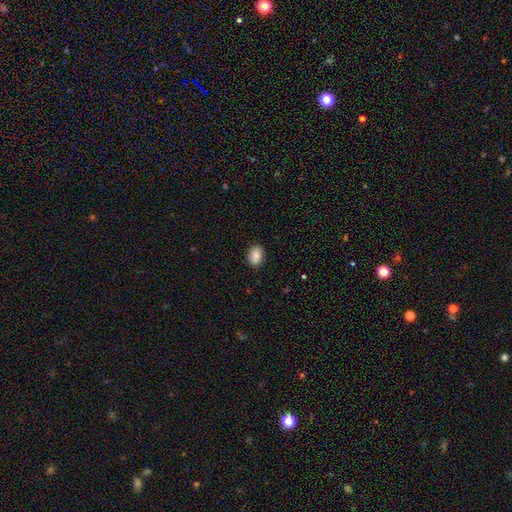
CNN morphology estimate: smooth_or_featured: smooth (p=0.88) [alt: star or artifact p=0.07]
how_rounded: in between (p=0.84) [alt: round p=0.15]
merging: none (p=0.89) [alt: minor disturbance p=0.09]